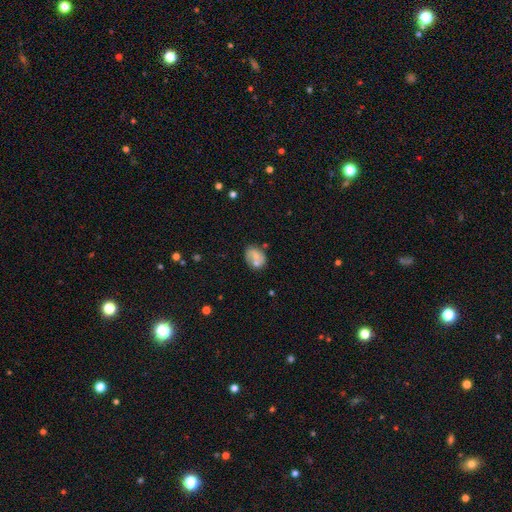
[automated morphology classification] This appears to be a smooth galaxy with no disk features (51%) that is in between round and cigar-shaped (60%). Merging: none (51%).